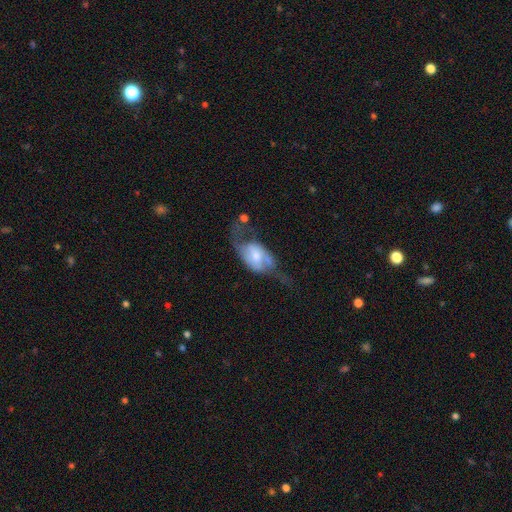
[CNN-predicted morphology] This is likely a featured or disk galaxy (66%). It is clearly not viewed edge-on (90%). Bar: possibly no (52%). Spiral arm pattern: likely yes (73%). Central bulge: marginally moderate (44%). Merging: marginally major disturbance (41%).